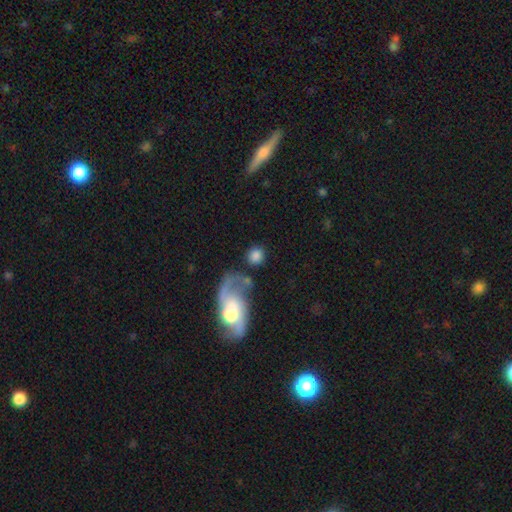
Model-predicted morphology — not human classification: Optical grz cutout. It shows a smooth galaxy with no disk features (76%) that is round (83%). Merging: none (65%).